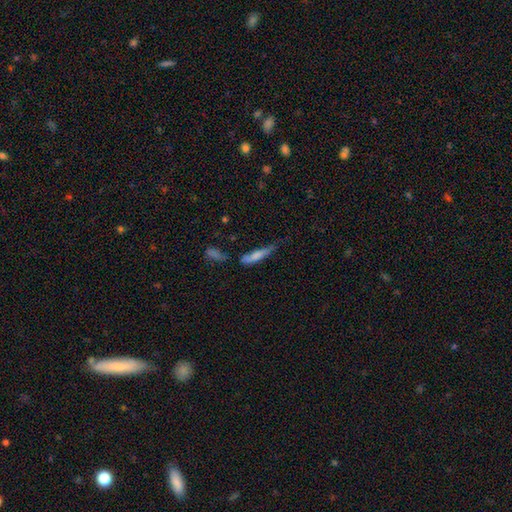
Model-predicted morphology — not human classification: Smooth or featured: smooth — 69% (featured or disk — 23%)
How rounded: cigar-shaped — 78% (in between — 20%)
Merging: none — 43% (minor disturbance — 31%)